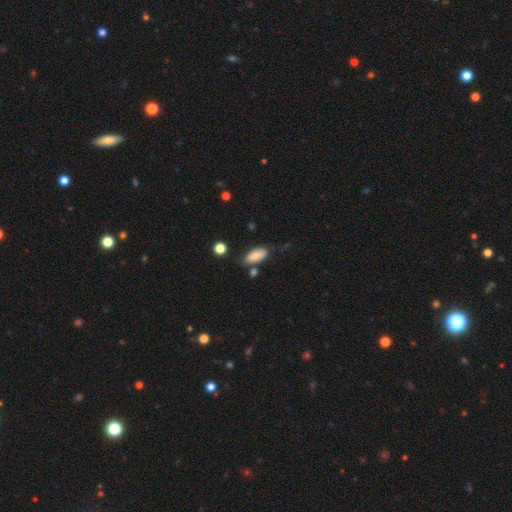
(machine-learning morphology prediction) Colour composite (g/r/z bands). It shows a smooth galaxy with no disk features (81%) that is in between round and cigar-shaped (90%). Merging: none (64%).